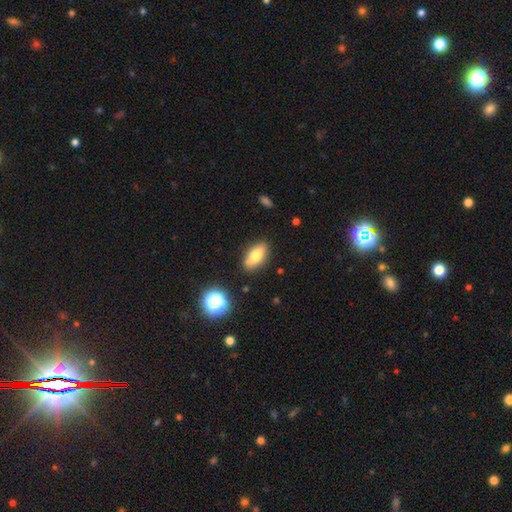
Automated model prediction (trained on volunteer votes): This appears to be a smooth galaxy with no disk features (73%) that is in between round and cigar-shaped (85%). Merging: none (83%).